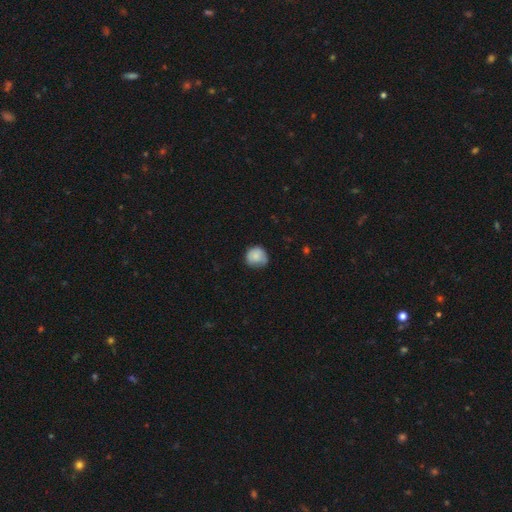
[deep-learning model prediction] smooth_or_featured: smooth (p=0.79) [alt: featured or disk p=0.13]
how_rounded: round (p=0.86) [alt: in between p=0.13]
merging: none (p=0.60) [alt: minor disturbance p=0.32]